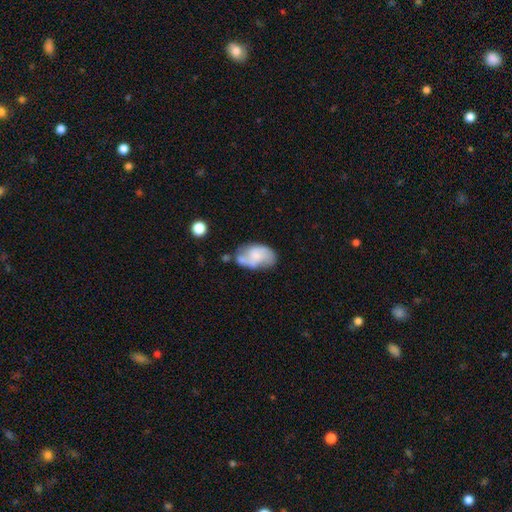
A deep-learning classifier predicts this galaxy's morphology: Smooth or featured?
  - featured or disk: 49% *
  - smooth: 43%
  - star or artifact: 7%
Merging?
  - none: 40% *
  - minor disturbance: 29%
  - merger: 17%
  - major disturbance: 14%